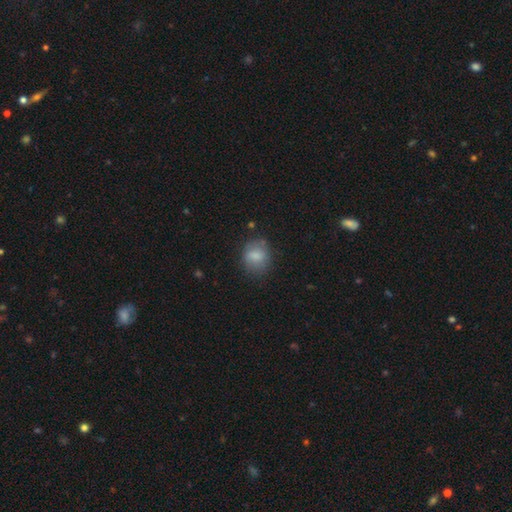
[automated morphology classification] This appears to be a smooth galaxy with no disk features (77%) that is round (60%). Merging: none (70%).